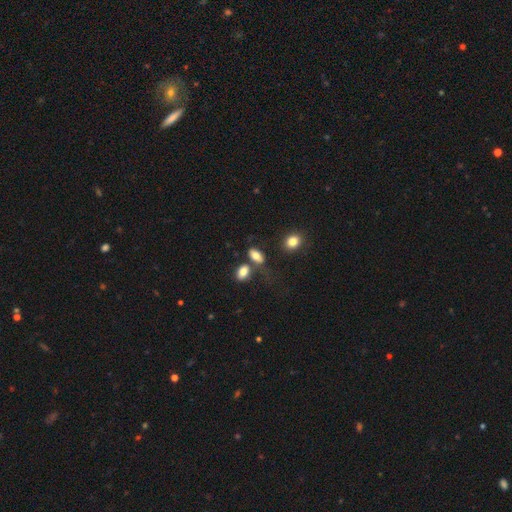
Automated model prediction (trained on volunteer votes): The model was most divided on "merging": none: 57%, merger: 22%, minor disturbance: 14%, major disturbance: 7%. More confident: how rounded — in between (88%); smooth or featured — smooth (80%).